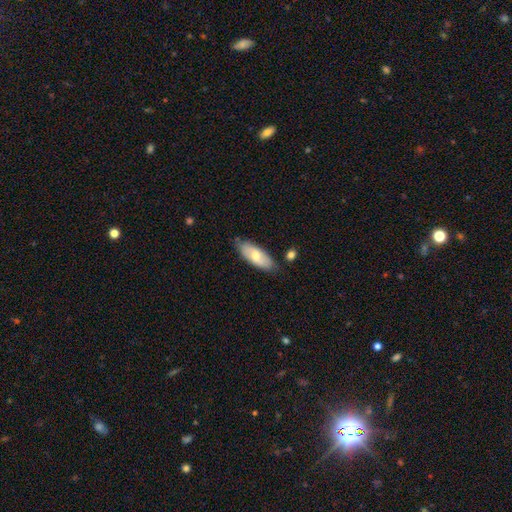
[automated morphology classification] The model was most divided on "smooth or featured": smooth: 66%, featured or disk: 29%, star or artifact: 6%. More confident: how rounded — in between (80%); merging — none (79%).